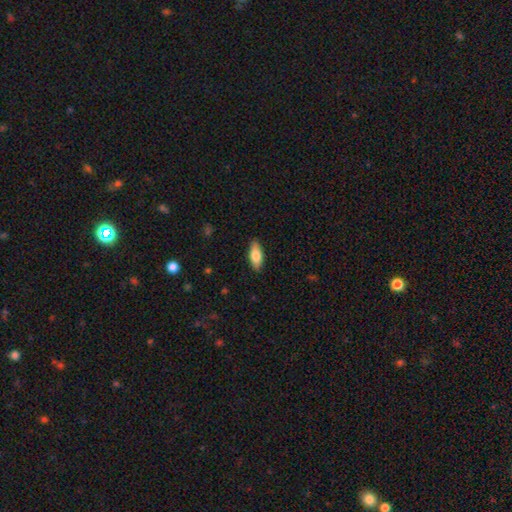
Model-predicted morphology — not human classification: A smooth galaxy with no disk features (74%) that is in between round and cigar-shaped (74%).

Vote fractions:
- Smooth or featured? smooth: 74% / featured or disk: 20% / star or artifact: 6%
- How rounded? in between: 74% / cigar-shaped: 23% / round: 2%
- Merging? none: 88% / minor disturbance: 9% / major disturbance: 2% / merger: 1%